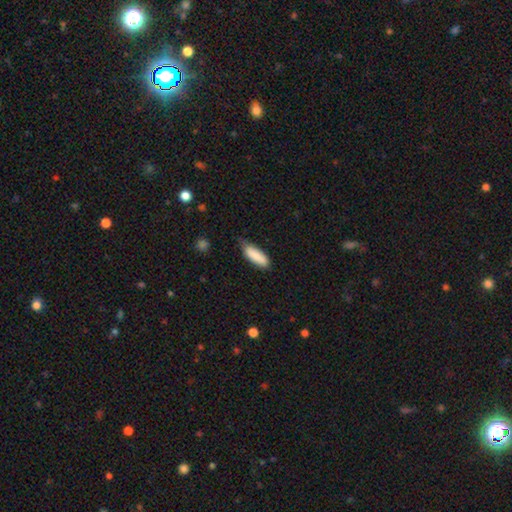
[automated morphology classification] A smooth galaxy with no disk features (87%) that is in between round and cigar-shaped (56%). Merging: none (53%).